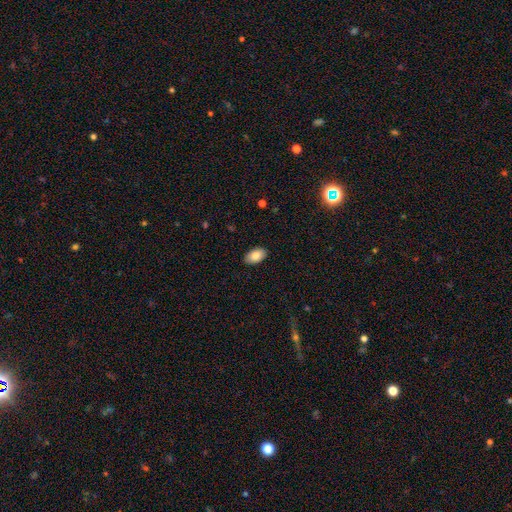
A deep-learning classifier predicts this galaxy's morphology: Smooth or featured? smooth (83%)
How rounded? in between (94%)
Merging? none (89%)